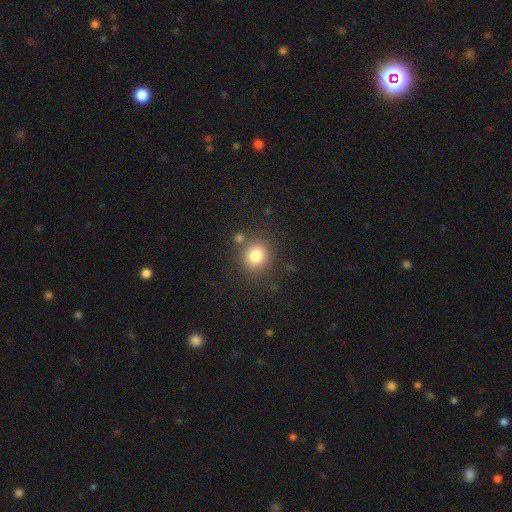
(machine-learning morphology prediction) Smooth or featured?
  - smooth: 81% *
  - star or artifact: 12%
  - featured or disk: 8%
How rounded?
  - round: 85% *
  - in between: 14%
  - cigar-shaped: 1%
Merging?
  - none: 79% *
  - minor disturbance: 9%
  - merger: 8%
  - major disturbance: 3%